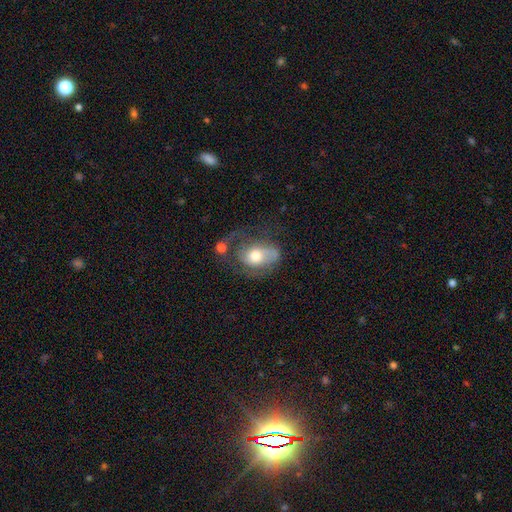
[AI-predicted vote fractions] Smooth or featured? Predicted: smooth (p=0.47). Merging? Predicted: none (p=0.31).